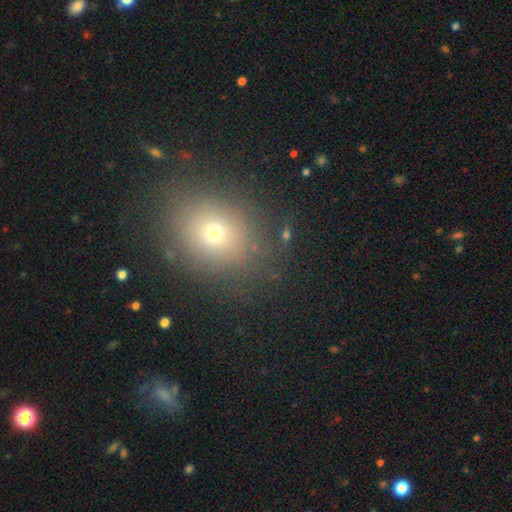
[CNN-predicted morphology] Smooth or featured? Predicted: smooth (p=0.63). How rounded? Predicted: round (p=0.59). Merging? Predicted: none (p=0.86).